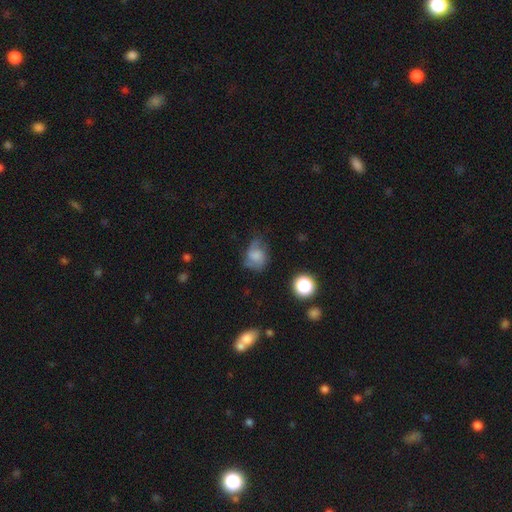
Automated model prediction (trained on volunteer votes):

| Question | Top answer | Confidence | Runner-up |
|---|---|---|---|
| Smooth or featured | smooth | 51% | featured or disk (37%) |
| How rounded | round | 52% | in between (47%) |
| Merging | none | 48% | minor disturbance (30%) |